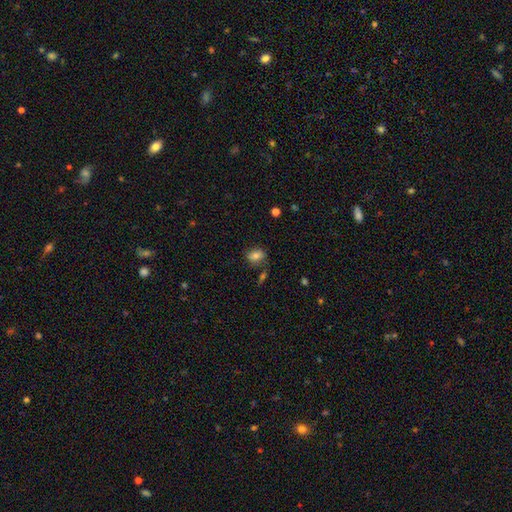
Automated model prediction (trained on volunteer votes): Smooth or featured? Predicted: smooth (p=0.76). How rounded? Predicted: in between (p=0.54). Merging? Predicted: none (p=0.71).